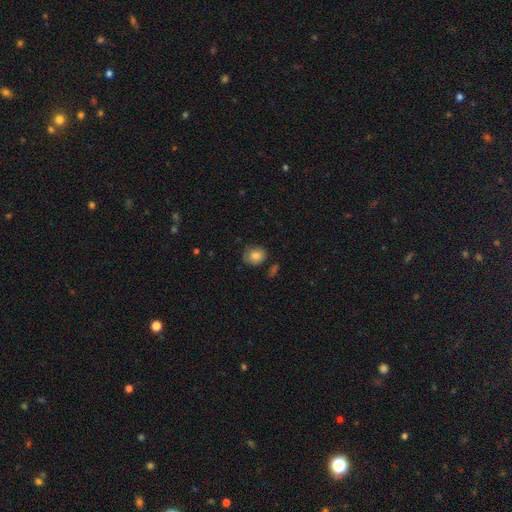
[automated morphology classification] Q: Smooth or featured?
A: smooth (81%); runner-up: featured or disk (10%)
Q: How rounded?
A: round (75%); runner-up: in between (24%)
Q: Merging?
A: none (76%); runner-up: minor disturbance (18%)